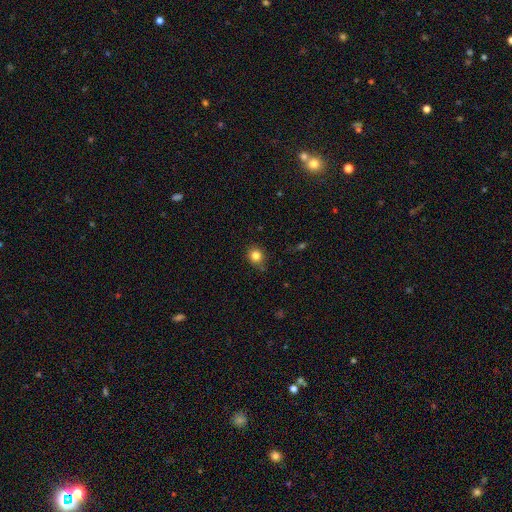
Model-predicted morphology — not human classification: This is clearly a smooth galaxy (83%). How rounded: likely round (80%). Merging: likely none (77%).